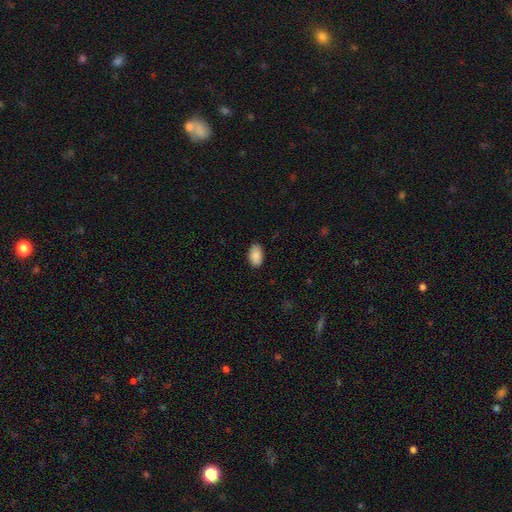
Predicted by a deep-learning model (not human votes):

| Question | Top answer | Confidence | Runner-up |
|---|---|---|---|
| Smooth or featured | smooth | 90% | star or artifact (7%) |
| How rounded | in between | 92% | round (6%) |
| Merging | none | 87% | minor disturbance (10%) |